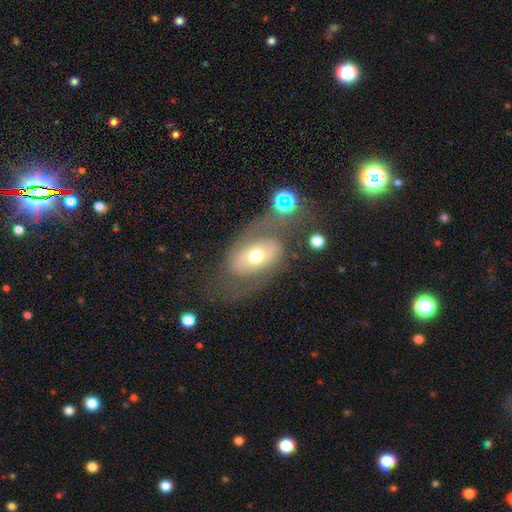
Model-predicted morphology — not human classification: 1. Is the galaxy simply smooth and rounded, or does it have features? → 51% featured or disk, 39% smooth, 10% star or artifact.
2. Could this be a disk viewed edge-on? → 91% no, 9% yes.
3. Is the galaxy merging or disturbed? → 52% none, 20% major disturbance, 19% minor disturbance, 9% merger.